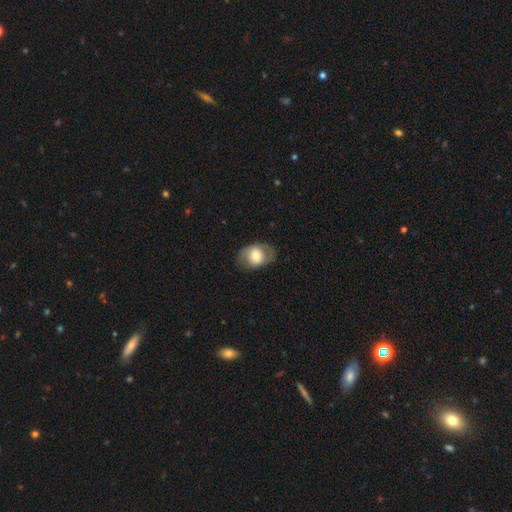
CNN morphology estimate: The model was most divided on "smooth or featured": smooth: 55%, featured or disk: 38%, star or artifact: 7%. More confident: merging — none (71%); how rounded — in between (68%).